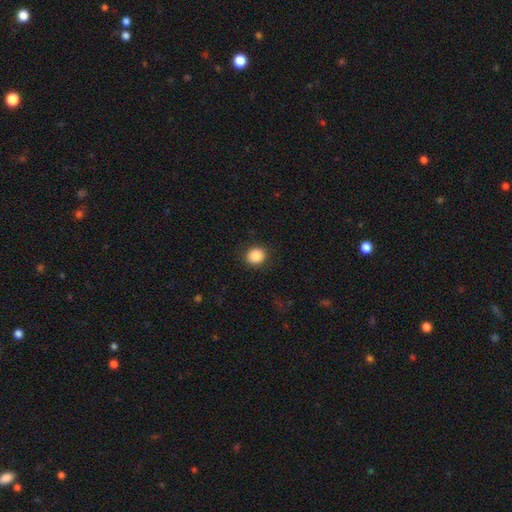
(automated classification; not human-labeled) smooth-or-featured: smooth: 87% | star or artifact: 9% | featured or disk: 4%
  how-rounded: round: 86% | in between: 13% | cigar-shaped: 1%
  merging: none: 90% | minor disturbance: 7% | major disturbance: 2% | merger: 1%